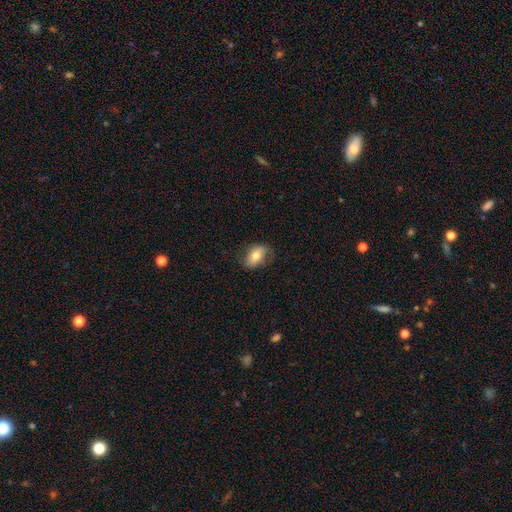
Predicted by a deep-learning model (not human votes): smooth_or_featured: smooth (p=0.69) [alt: featured or disk p=0.24]
how_rounded: in between (p=0.86) [alt: round p=0.11]
merging: none (p=0.73) [alt: minor disturbance p=0.19]